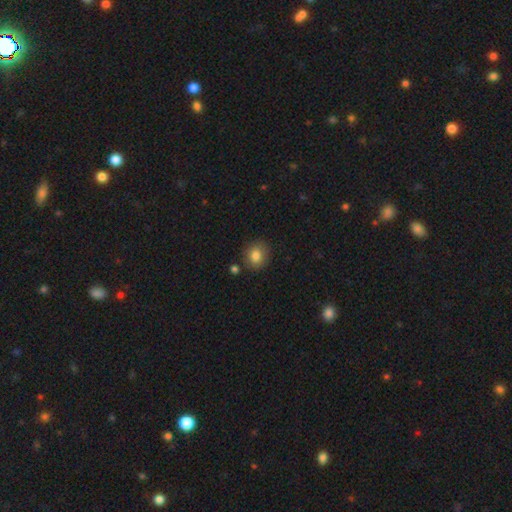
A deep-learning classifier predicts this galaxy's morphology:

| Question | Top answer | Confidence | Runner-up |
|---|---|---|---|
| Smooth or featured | smooth | 84% | star or artifact (9%) |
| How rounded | round | 74% | in between (25%) |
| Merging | none | 82% | minor disturbance (12%) |